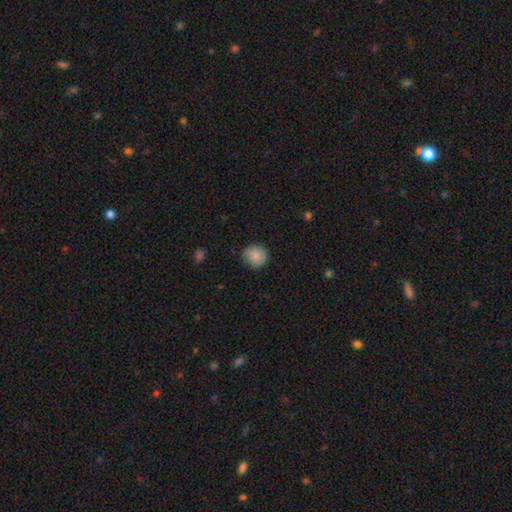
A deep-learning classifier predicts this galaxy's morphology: smooth-or-featured: smooth: 85% | star or artifact: 8% | featured or disk: 7%
  how-rounded: round: 90% | in between: 9% | cigar-shaped: 1%
  merging: none: 85% | minor disturbance: 12% | major disturbance: 2% | merger: 1%